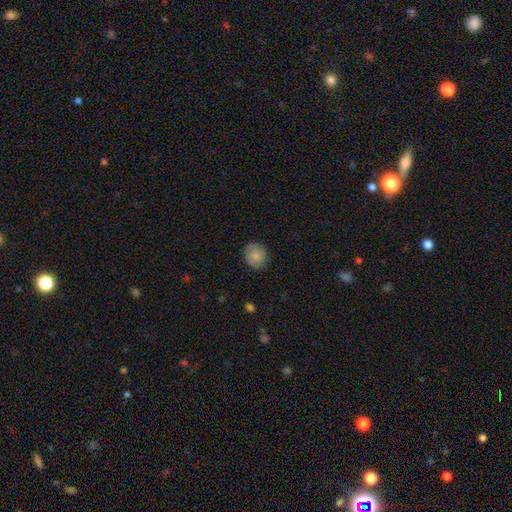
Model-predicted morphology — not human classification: Q: Smooth or featured?
A: smooth (83%); runner-up: featured or disk (10%)
Q: How rounded?
A: round (72%); runner-up: in between (27%)
Q: Merging?
A: none (86%); runner-up: minor disturbance (11%)